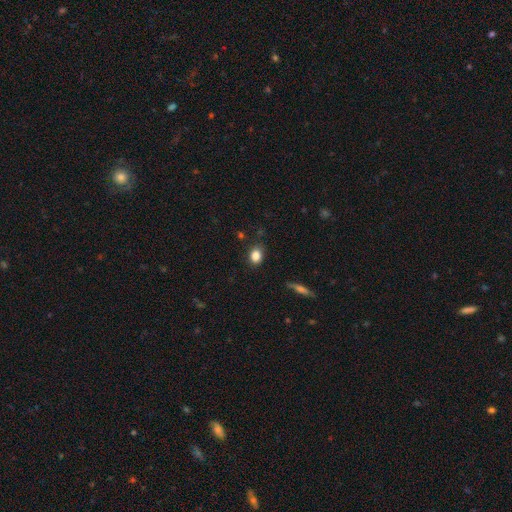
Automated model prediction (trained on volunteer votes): smooth 84%, star or artifact 10%, featured or disk 6%. Down the decision tree: how rounded — in between (52%); merging — none (81%).